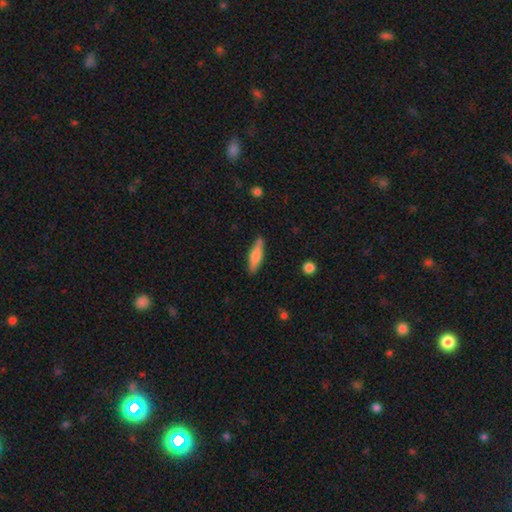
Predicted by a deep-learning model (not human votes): Q: Smooth or featured?
A: smooth (72%); runner-up: featured or disk (22%)
Q: How rounded?
A: cigar-shaped (64%); runner-up: in between (34%)
Q: Merging?
A: none (78%); runner-up: minor disturbance (16%)